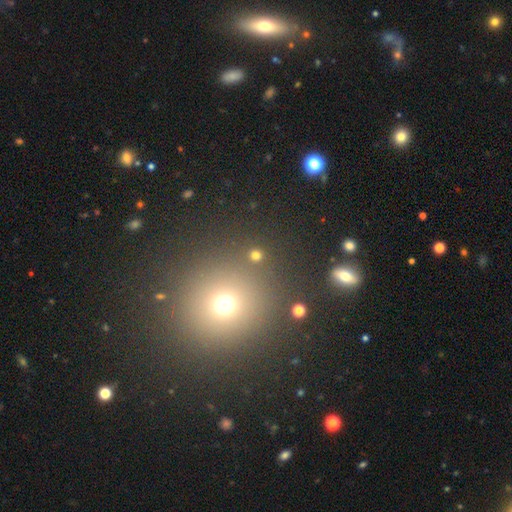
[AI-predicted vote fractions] smooth_or_featured: smooth (p=0.66) [alt: star or artifact p=0.27]
how_rounded: round (p=0.90) [alt: in between p=0.09]
merging: none (p=0.84) [alt: merger p=0.06]